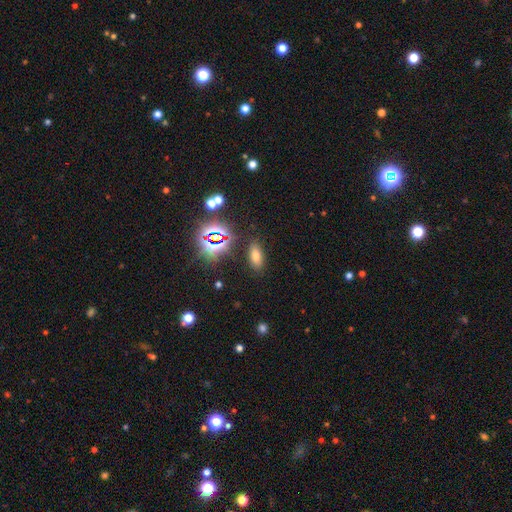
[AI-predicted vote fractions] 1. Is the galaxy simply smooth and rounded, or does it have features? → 64% smooth, 26% star or artifact, 10% featured or disk.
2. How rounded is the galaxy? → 85% in between, 9% cigar-shaped, 7% round.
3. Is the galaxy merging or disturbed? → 85% none, 9% minor disturbance, 4% major disturbance, 3% merger.